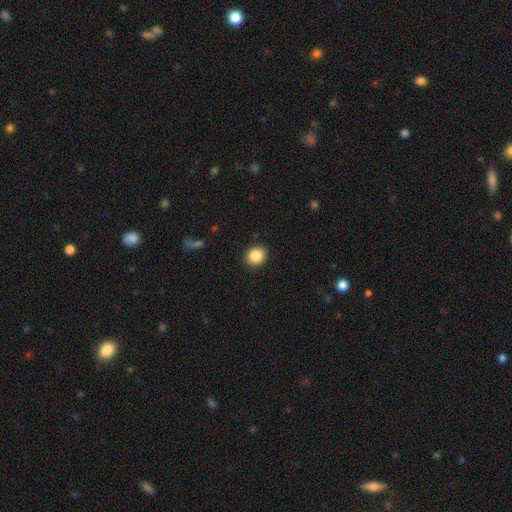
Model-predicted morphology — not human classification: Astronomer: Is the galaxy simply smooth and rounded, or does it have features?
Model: smooth — 85%.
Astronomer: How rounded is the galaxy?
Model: round — 77%.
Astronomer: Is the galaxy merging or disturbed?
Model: none — 91%.